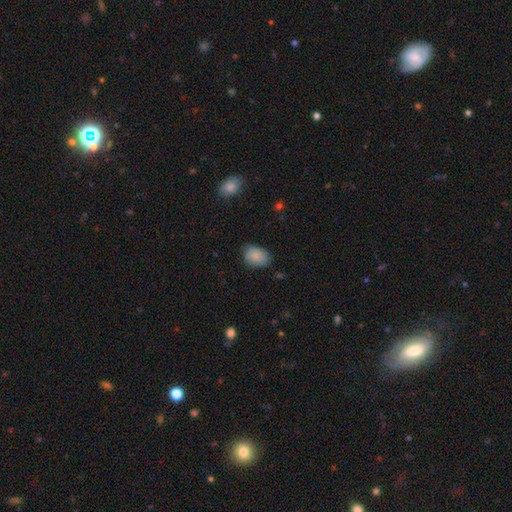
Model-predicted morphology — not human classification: A smooth galaxy with no disk features (85%) that is in between round and cigar-shaped (73%). Merging: none (68%).